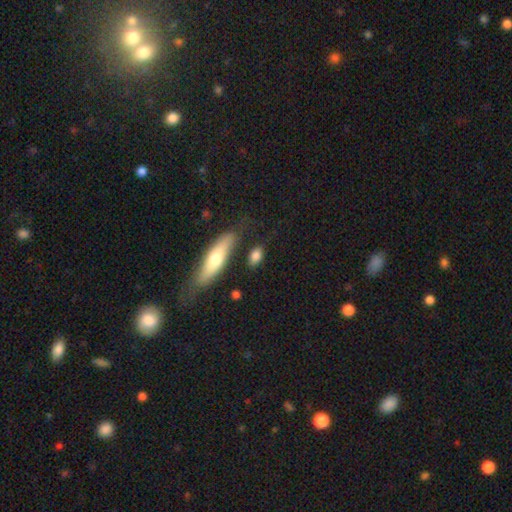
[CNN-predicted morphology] Smooth or featured? Predicted: smooth (p=0.80). How rounded? Predicted: in between (p=0.71). Merging? Predicted: none (p=0.73).